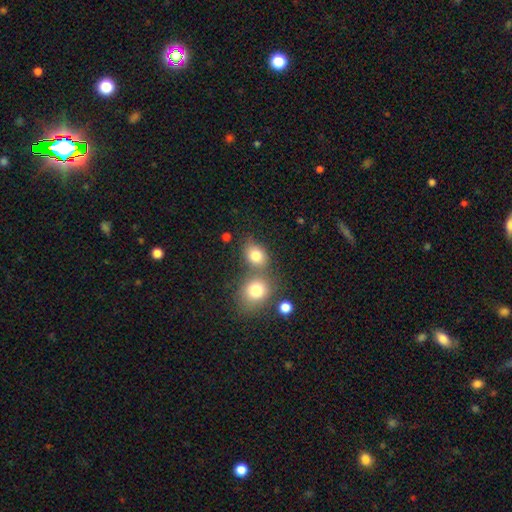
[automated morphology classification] Smooth or featured?
  - smooth: 80% *
  - star or artifact: 11%
  - featured or disk: 9%
How rounded?
  - round: 52% *
  - in between: 47%
  - cigar-shaped: 1%
Merging?
  - none: 47% *
  - merger: 37%
  - minor disturbance: 11%
  - major disturbance: 5%